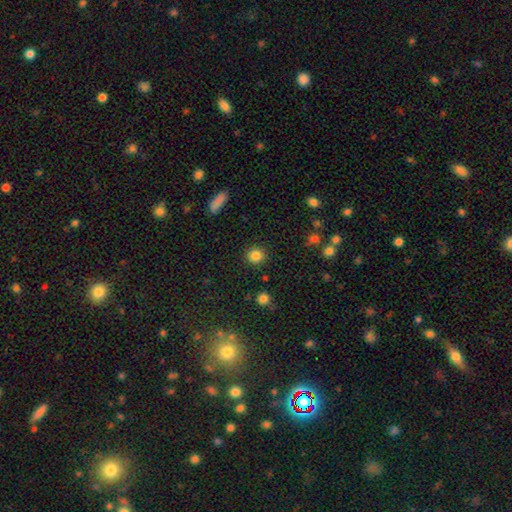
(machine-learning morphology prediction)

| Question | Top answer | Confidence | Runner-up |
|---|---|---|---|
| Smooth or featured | smooth | 84% | star or artifact (11%) |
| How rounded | round | 92% | in between (7%) |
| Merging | none | 91% | minor disturbance (6%) |